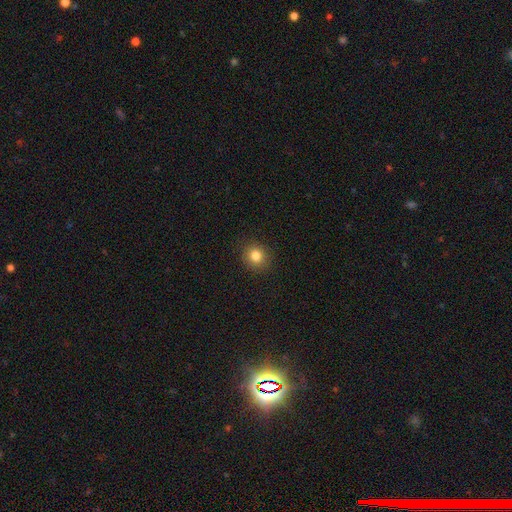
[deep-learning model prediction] Morphology: type=smooth (82%); roundness=round (81%); merging=none (89%).